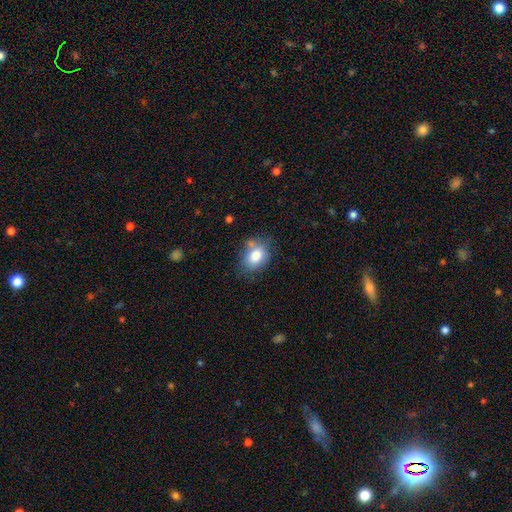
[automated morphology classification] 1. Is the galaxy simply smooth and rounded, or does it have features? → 82% smooth, 9% featured or disk, 8% star or artifact.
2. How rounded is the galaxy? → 72% in between, 27% round, 1% cigar-shaped.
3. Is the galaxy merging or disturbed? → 62% none, 22% minor disturbance, 10% merger, 6% major disturbance.